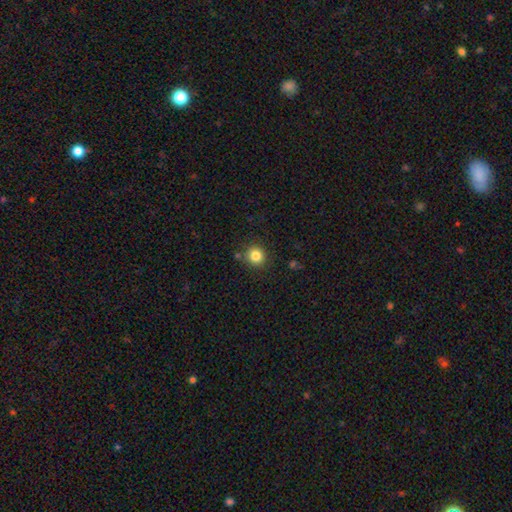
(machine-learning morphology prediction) The model was most divided on "smooth or featured": smooth: 84%, star or artifact: 11%, featured or disk: 5%. More confident: how rounded — round (91%); merging — none (86%).